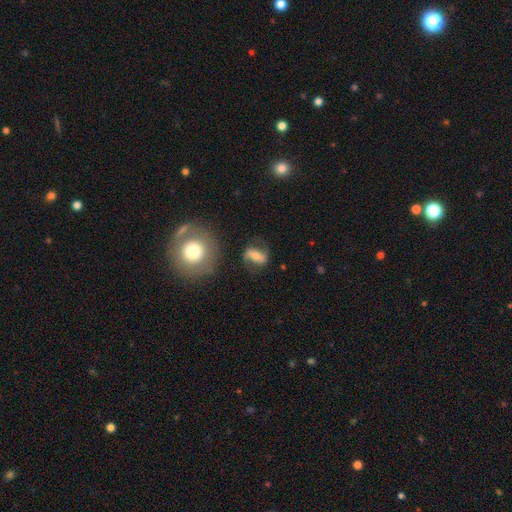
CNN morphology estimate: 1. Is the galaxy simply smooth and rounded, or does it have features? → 52% featured or disk, 38% smooth, 10% star or artifact.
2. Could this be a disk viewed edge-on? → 92% no, 8% yes.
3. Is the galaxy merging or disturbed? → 67% none, 18% minor disturbance, 10% major disturbance, 4% merger.